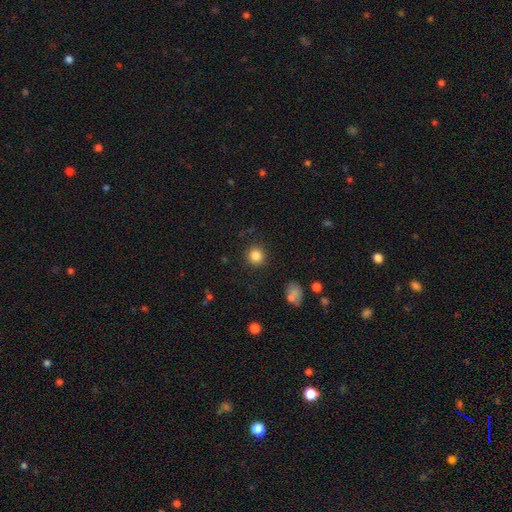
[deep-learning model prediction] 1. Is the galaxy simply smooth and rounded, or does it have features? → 85% smooth, 11% star or artifact, 5% featured or disk.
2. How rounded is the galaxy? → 93% round, 6% in between, 1% cigar-shaped.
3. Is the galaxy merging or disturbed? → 90% none, 6% minor disturbance, 3% major disturbance, 1% merger.